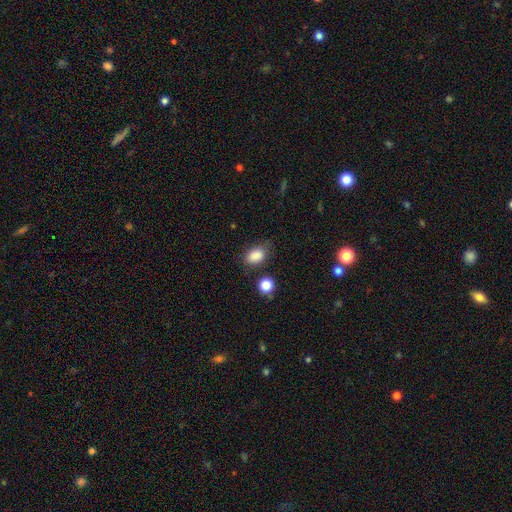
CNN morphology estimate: Smooth or featured? Predicted: smooth (p=0.86). How rounded? Predicted: in between (p=0.78). Merging? Predicted: none (p=0.72).